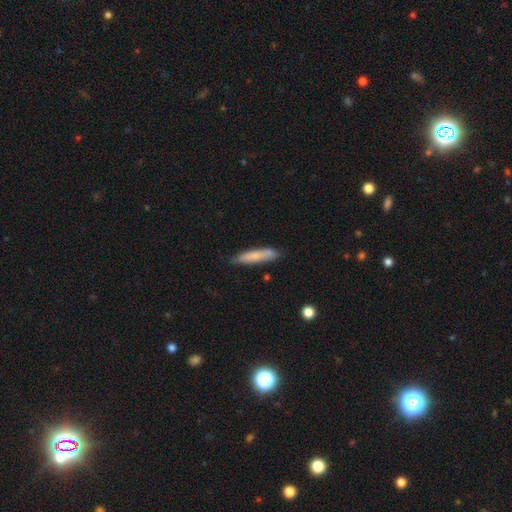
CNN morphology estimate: smooth_or_featured: smooth (p=0.74) [alt: featured or disk p=0.20]
how_rounded: cigar-shaped (p=0.86) [alt: in between p=0.12]
merging: none (p=0.76) [alt: minor disturbance p=0.18]